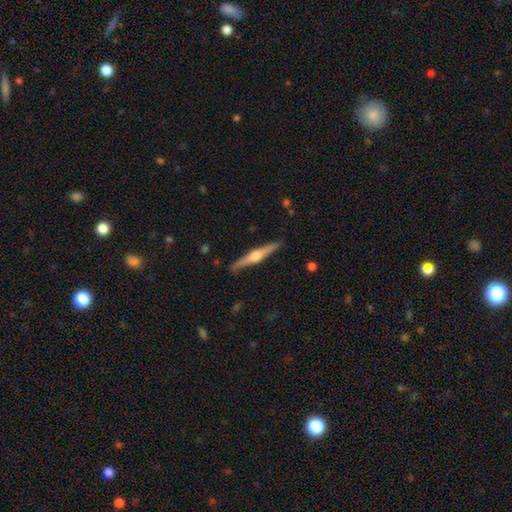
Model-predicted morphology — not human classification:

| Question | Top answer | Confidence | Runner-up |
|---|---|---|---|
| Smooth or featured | featured or disk | 74% | smooth (21%) |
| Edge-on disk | yes | 98% | no (2%) |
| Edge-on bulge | rounded | 95% | boxy (3%) |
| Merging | none | 90% | minor disturbance (8%) |